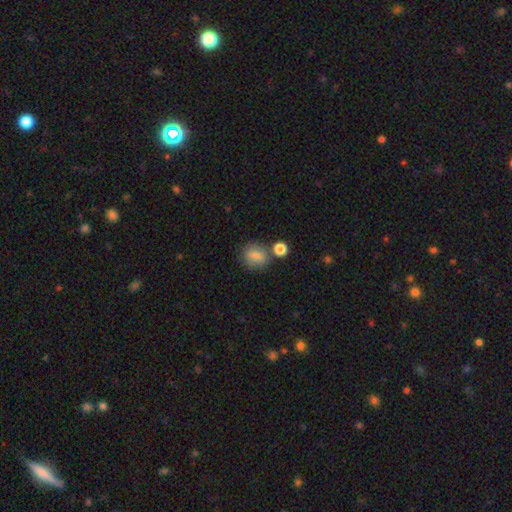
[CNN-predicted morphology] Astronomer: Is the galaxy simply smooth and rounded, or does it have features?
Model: smooth — 81%.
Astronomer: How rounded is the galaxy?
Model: round — 67%.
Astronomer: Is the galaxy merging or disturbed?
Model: none — 74%.